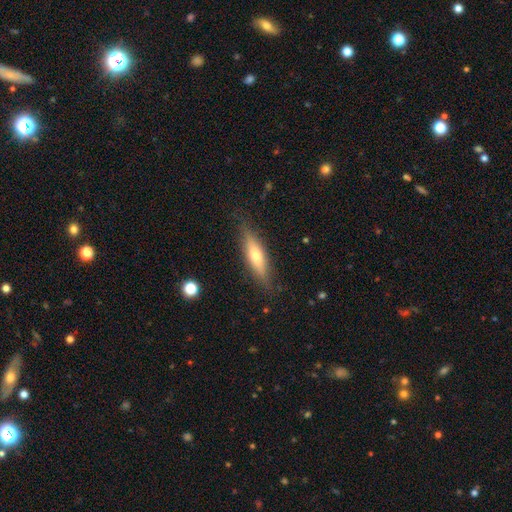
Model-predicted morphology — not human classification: A smooth galaxy with no disk features (51%) that is cigar-shaped (70%).

Vote fractions:
- Smooth or featured? smooth: 51% / featured or disk: 43% / star or artifact: 7%
- How rounded? cigar-shaped: 70% / in between: 28% / round: 2%
- Merging? none: 84% / minor disturbance: 12% / major disturbance: 3% / merger: 1%